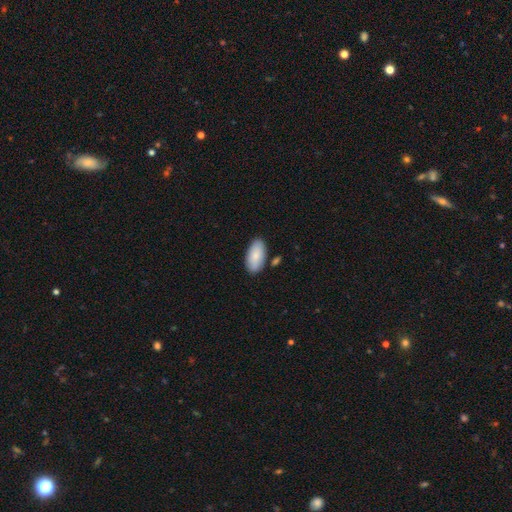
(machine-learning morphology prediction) Q: Smooth or featured?
A: smooth (84%); runner-up: featured or disk (10%)
Q: How rounded?
A: in between (95%); runner-up: cigar-shaped (3%)
Q: Merging?
A: none (82%); runner-up: minor disturbance (11%)